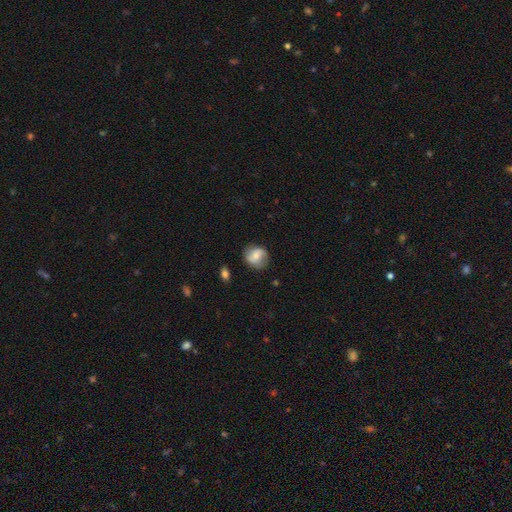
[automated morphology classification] smooth-or-featured: smooth: 56% | featured or disk: 36% | star or artifact: 8%
  how-rounded: round: 73% | in between: 26% | cigar-shaped: 1%
  merging: none: 70% | minor disturbance: 22% | major disturbance: 6% | merger: 2%